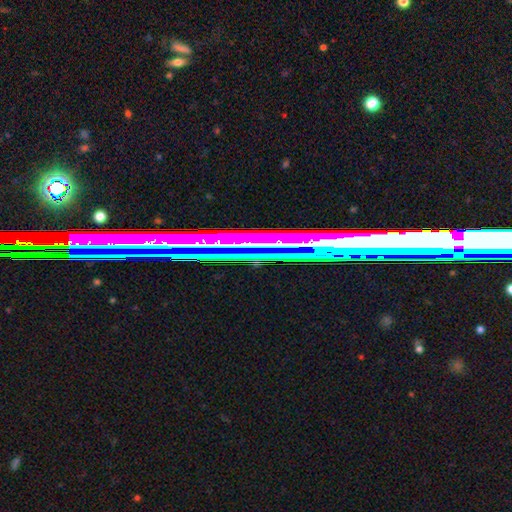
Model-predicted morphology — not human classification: star or artifact 49%, featured or disk 39%, smooth 12%.